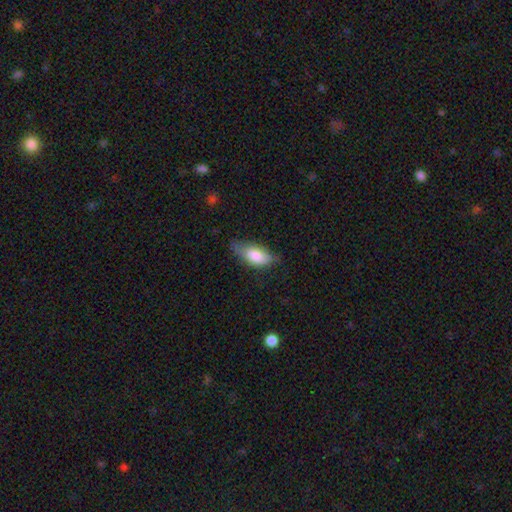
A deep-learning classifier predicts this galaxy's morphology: Overall: smooth (76%). How rounded: in between (86%). Merging: none (49%; minor disturbance 39%).